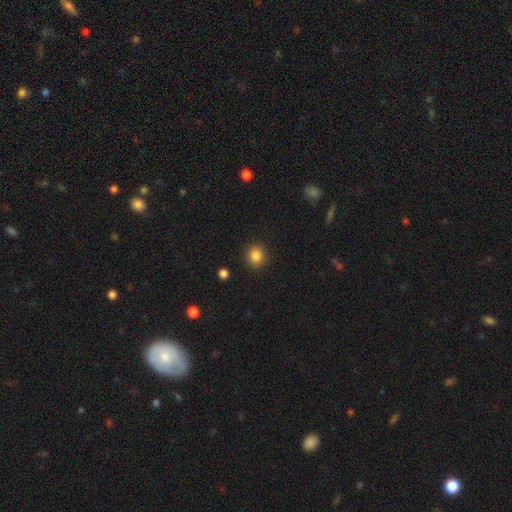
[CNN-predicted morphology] Overall: smooth (85%). How rounded: round (86%). Merging: none (91%).